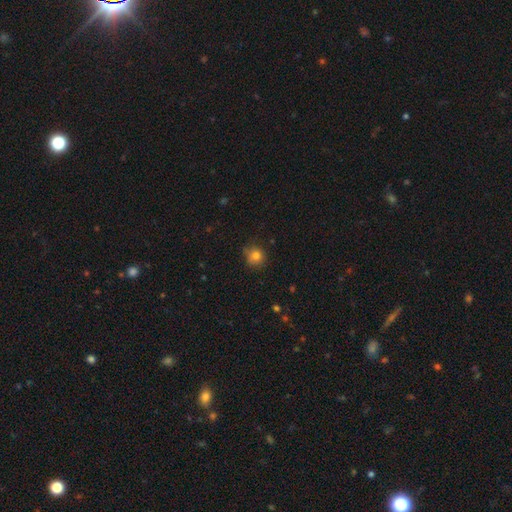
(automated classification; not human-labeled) Smooth or featured?
  - smooth: 79% *
  - star or artifact: 13%
  - featured or disk: 8%
How rounded?
  - round: 85% *
  - in between: 14%
  - cigar-shaped: 1%
Merging?
  - none: 71% *
  - minor disturbance: 22%
  - major disturbance: 5%
  - merger: 2%